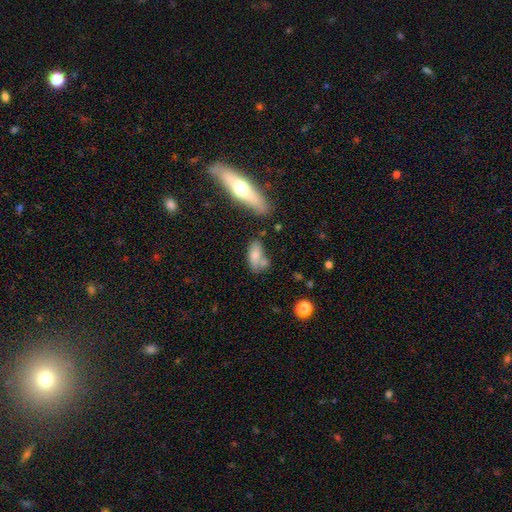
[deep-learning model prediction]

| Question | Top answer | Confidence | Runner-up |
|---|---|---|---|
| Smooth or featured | smooth | 70% | featured or disk (21%) |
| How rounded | in between | 83% | cigar-shaped (12%) |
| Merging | none | 40% | merger (27%) |